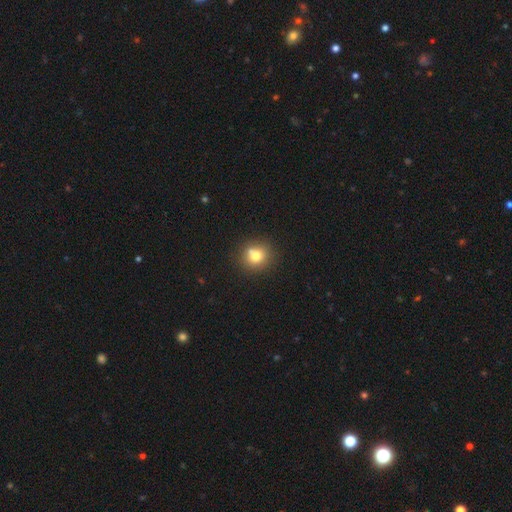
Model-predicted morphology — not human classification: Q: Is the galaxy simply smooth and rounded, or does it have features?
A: smooth — 74%.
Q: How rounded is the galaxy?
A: round — 86%.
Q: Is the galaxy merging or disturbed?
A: none — 67%.